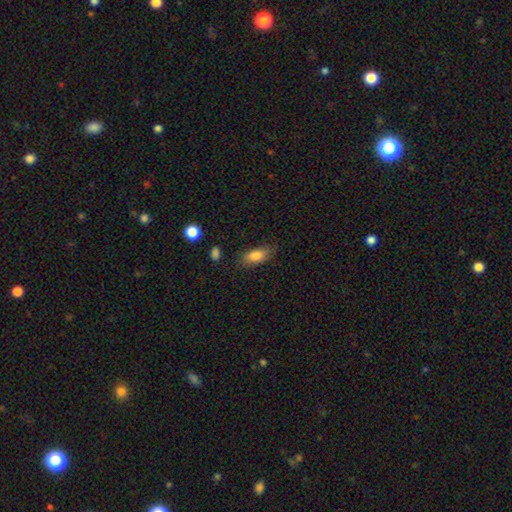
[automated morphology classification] Smooth or featured: smooth — 84% (featured or disk — 9%)
How rounded: in between — 83% (cigar-shaped — 14%)
Merging: none — 78% (minor disturbance — 17%)